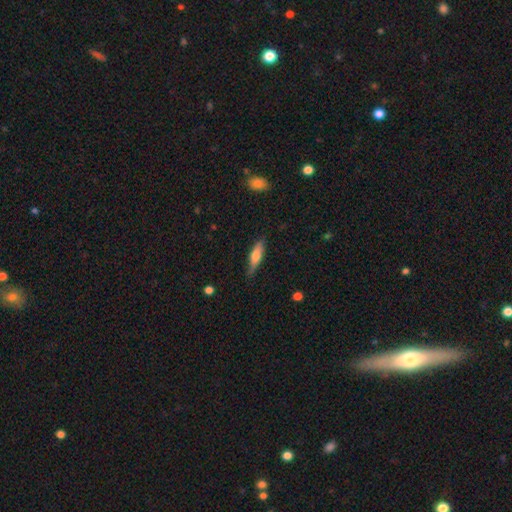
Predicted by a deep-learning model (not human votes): The model was most divided on "how rounded": cigar-shaped: 59%, in between: 39%, round: 2%. More confident: merging — none (72%); smooth or featured — smooth (62%).